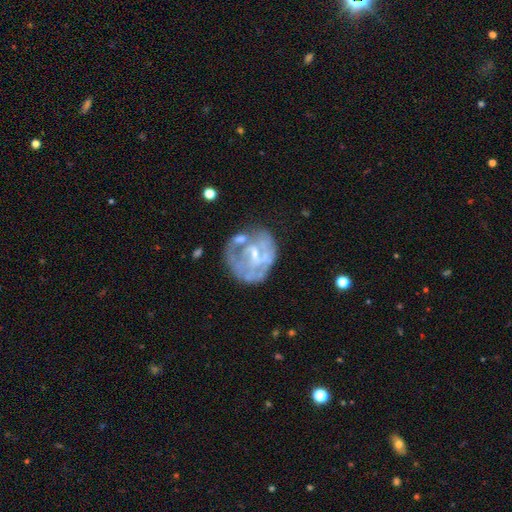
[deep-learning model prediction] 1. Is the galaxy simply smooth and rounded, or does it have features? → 70% featured or disk, 22% smooth, 8% star or artifact.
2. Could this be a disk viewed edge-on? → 98% no, 2% yes.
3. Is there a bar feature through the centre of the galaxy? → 56% no, 36% weak, 8% strong.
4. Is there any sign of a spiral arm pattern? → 58% no, 42% yes.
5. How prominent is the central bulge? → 53% small, 28% moderate, 15% none, 2% large, 1% dominant.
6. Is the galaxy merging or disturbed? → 43% none, 24% major disturbance, 23% minor disturbance, 11% merger.